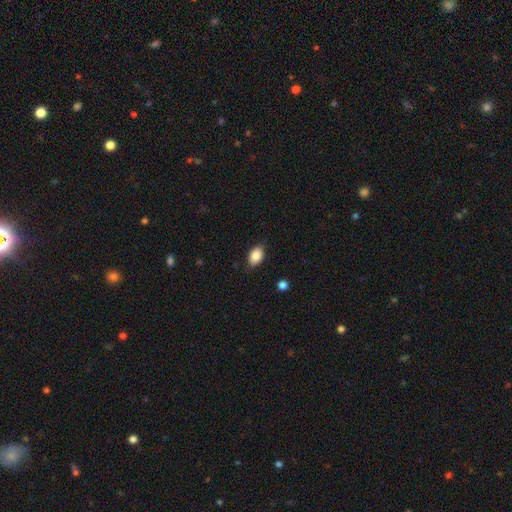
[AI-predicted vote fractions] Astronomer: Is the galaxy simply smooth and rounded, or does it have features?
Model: smooth — 87%.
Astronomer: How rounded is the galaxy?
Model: in between — 87%.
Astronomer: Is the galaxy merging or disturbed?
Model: none — 83%.